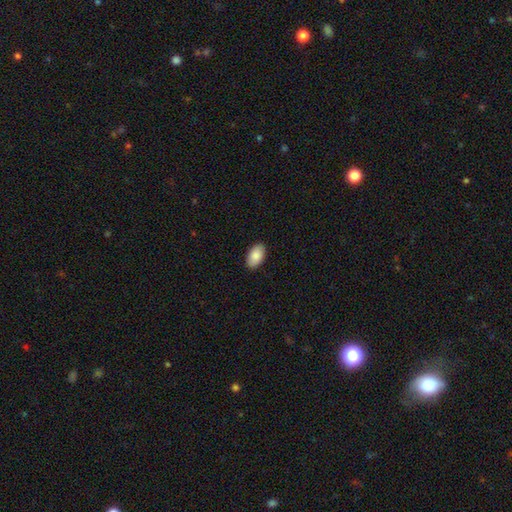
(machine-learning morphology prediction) Smooth or featured: smooth — 87% (featured or disk — 7%)
How rounded: in between — 95% (round — 4%)
Merging: none — 89% (minor disturbance — 8%)